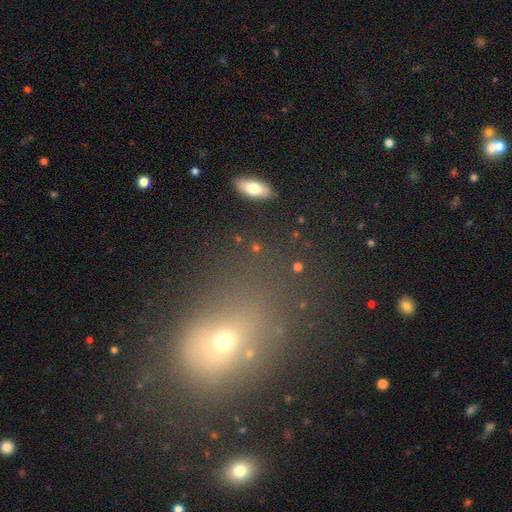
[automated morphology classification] smooth 51%, star or artifact 32%, featured or disk 17%. Down the decision tree: how rounded — in between (58%); merging — none (53%).